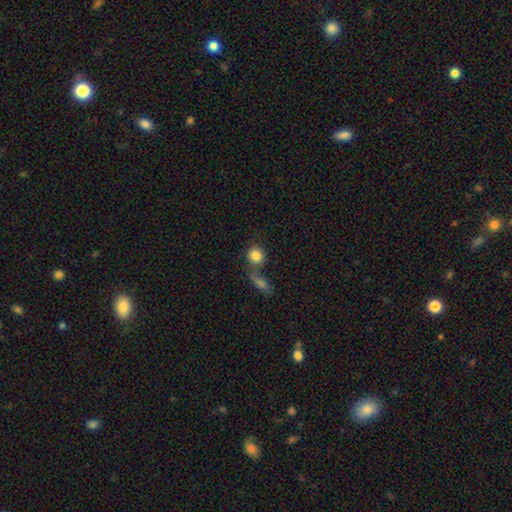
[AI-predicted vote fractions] Smooth or featured? smooth (83%)
How rounded? round (82%)
Merging? none (53%)